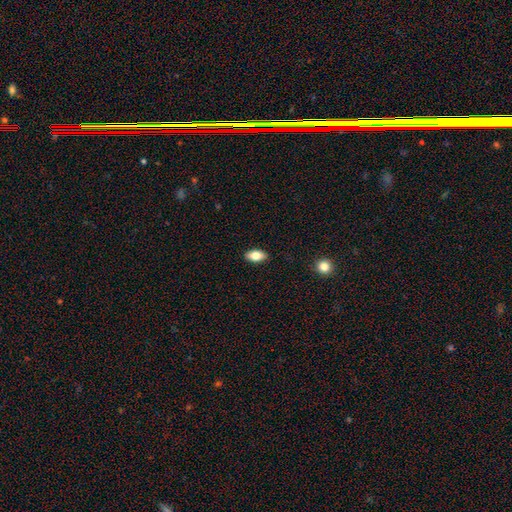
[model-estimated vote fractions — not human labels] smooth-or-featured: smooth: 78% | featured or disk: 15% | star or artifact: 7%
  how-rounded: in between: 90% | cigar-shaped: 6% | round: 4%
  merging: none: 89% | minor disturbance: 8% | major disturbance: 2% | merger: 1%